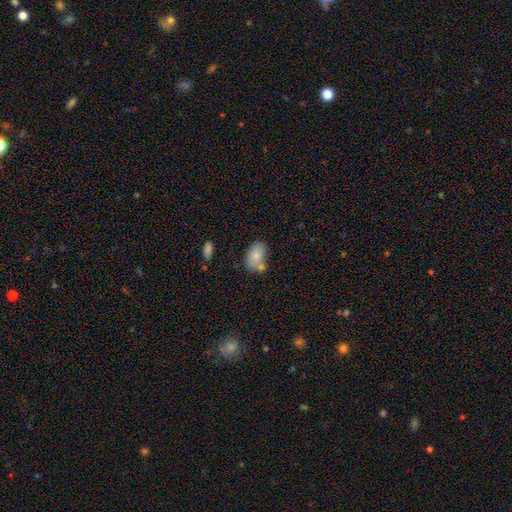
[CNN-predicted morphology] A smooth galaxy with no disk features (78%) that is in between round and cigar-shaped (90%).

Vote fractions:
- Smooth or featured? smooth: 78% / featured or disk: 14% / star or artifact: 8%
- How rounded? in between: 90% / round: 9% / cigar-shaped: 2%
- Merging? none: 55% / merger: 22% / minor disturbance: 18% / major disturbance: 5%